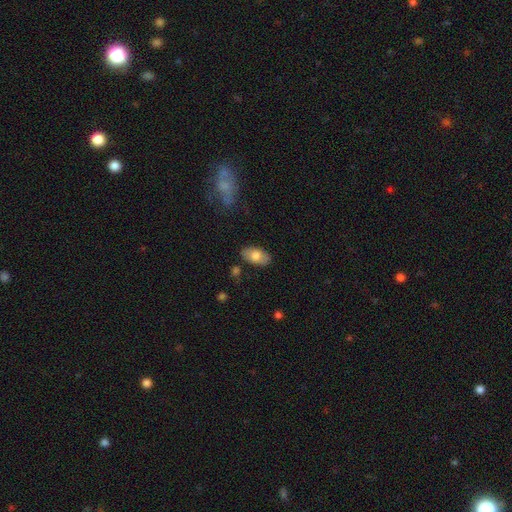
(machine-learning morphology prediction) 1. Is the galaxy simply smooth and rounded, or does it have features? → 73% smooth, 21% featured or disk, 6% star or artifact.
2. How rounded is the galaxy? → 94% in between, 4% round, 2% cigar-shaped.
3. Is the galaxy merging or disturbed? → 83% none, 13% minor disturbance, 3% major disturbance, 2% merger.